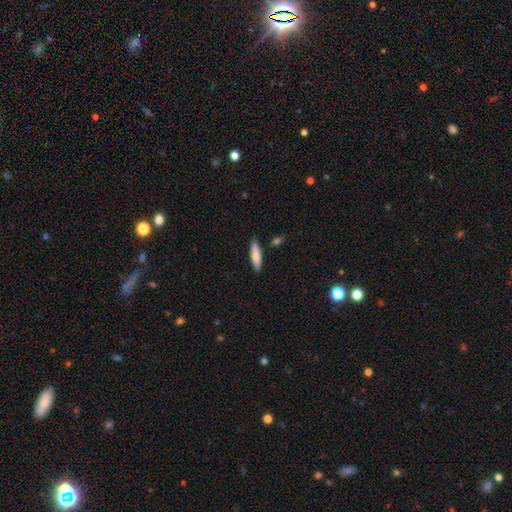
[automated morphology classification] Q: Smooth or featured?
A: smooth (72%); runner-up: featured or disk (22%)
Q: How rounded?
A: cigar-shaped (74%); runner-up: in between (25%)
Q: Merging?
A: none (85%); runner-up: minor disturbance (10%)